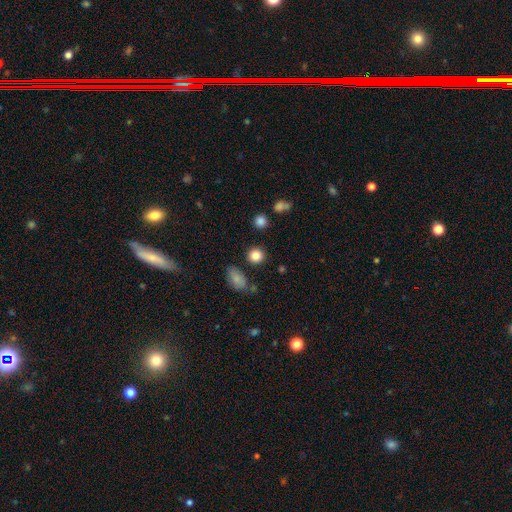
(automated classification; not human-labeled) The model was most divided on "smooth or featured": smooth: 85%, star or artifact: 10%, featured or disk: 5%. More confident: how rounded — round (87%); merging — none (85%).